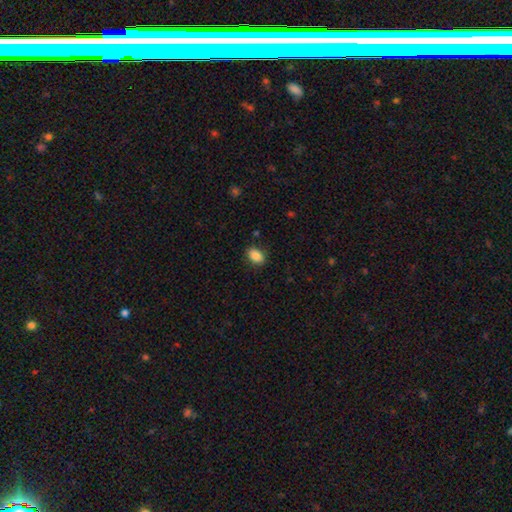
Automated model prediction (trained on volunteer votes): A smooth galaxy with no disk features (87%) that is in between round and cigar-shaped (79%).

Vote fractions:
- Smooth or featured? smooth: 87% / star or artifact: 8% / featured or disk: 5%
- How rounded? in between: 79% / round: 20% / cigar-shaped: 1%
- Merging? none: 87% / minor disturbance: 10% / major disturbance: 2% / merger: 1%